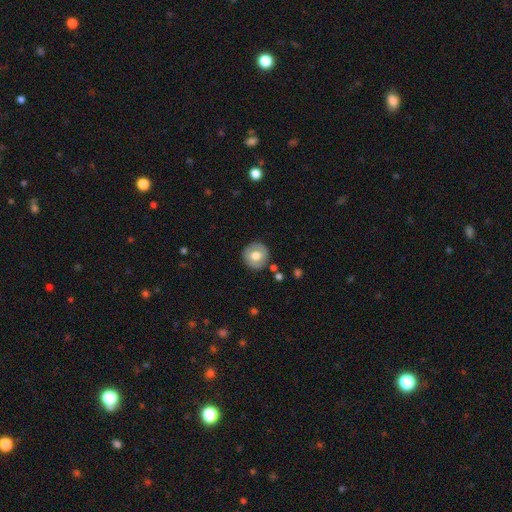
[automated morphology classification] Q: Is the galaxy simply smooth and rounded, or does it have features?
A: smooth — 61%.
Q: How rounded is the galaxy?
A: round — 93%.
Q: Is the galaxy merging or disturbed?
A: none — 86%.